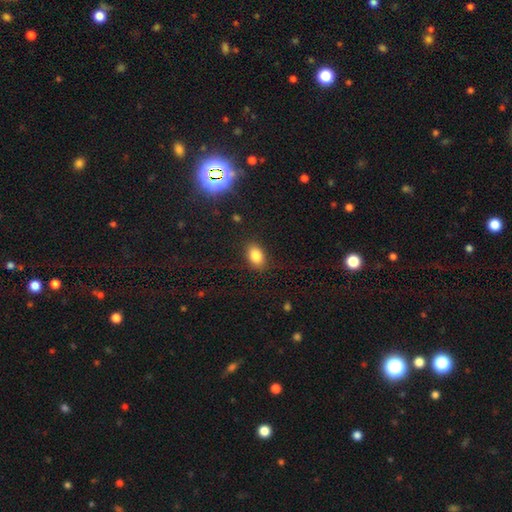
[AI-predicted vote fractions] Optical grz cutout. It shows a smooth galaxy with no disk features (84%) that is in between round and cigar-shaped (84%). Merging: none (86%).